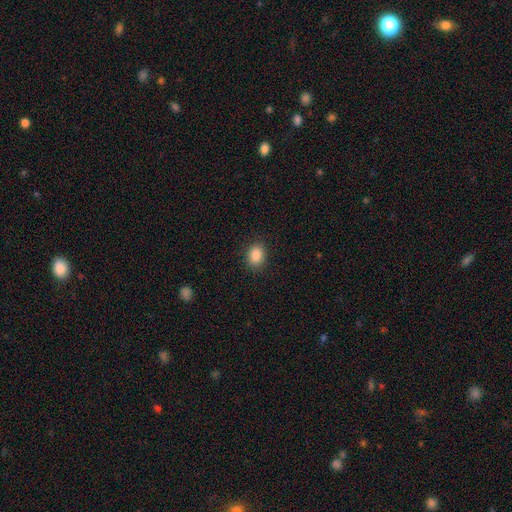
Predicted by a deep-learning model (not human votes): smooth-or-featured: smooth: 87% | star or artifact: 9% | featured or disk: 4%
  how-rounded: in between: 61% | round: 38% | cigar-shaped: 1%
  merging: none: 88% | minor disturbance: 9% | major disturbance: 3% | merger: 1%